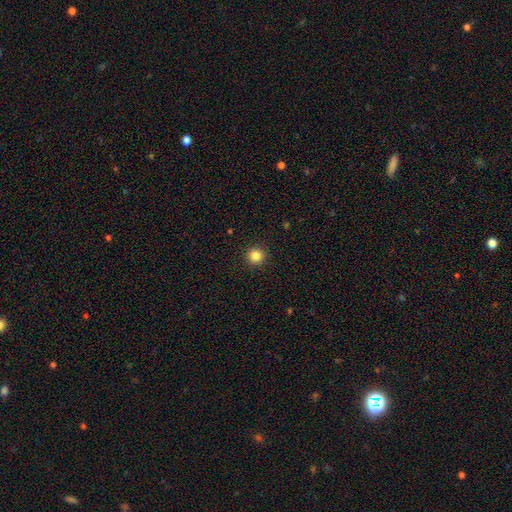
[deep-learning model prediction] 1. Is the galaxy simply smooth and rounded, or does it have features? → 84% smooth, 12% star or artifact, 4% featured or disk.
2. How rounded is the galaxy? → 95% round, 4% in between, 1% cigar-shaped.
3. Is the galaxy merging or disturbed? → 93% none, 4% minor disturbance, 2% major disturbance, 1% merger.